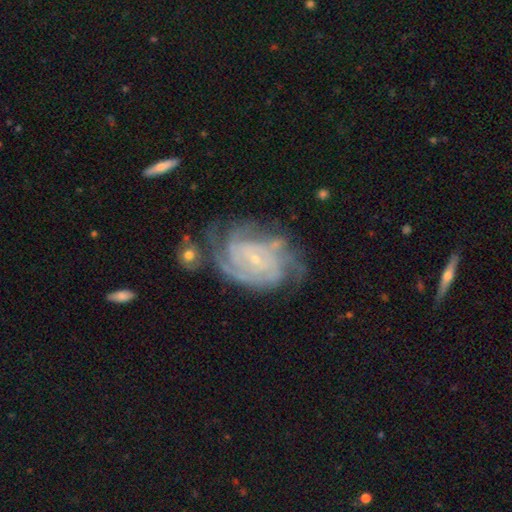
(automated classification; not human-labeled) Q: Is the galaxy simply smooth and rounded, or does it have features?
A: featured or disk — 83%.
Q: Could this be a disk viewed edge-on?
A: no — 97%.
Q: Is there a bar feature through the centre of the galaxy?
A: no — 58%.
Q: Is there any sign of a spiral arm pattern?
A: yes — 95%.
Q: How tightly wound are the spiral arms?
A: tight — 64%.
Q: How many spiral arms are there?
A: can't tell — 31%.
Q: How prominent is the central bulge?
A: small — 78%.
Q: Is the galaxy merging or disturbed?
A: none — 63%.